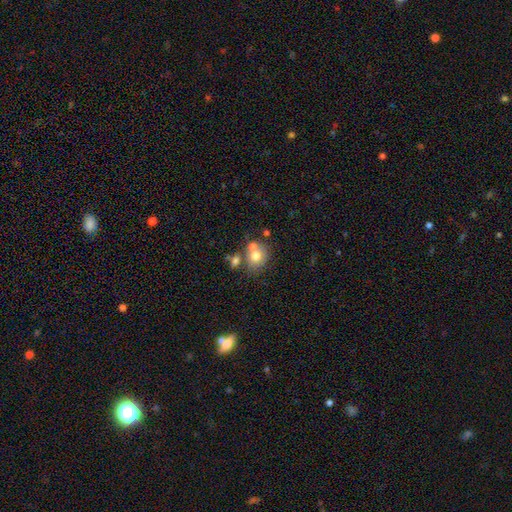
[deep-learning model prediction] Morphology: type=smooth (70%); roundness=round (69%); merging=none (49%).